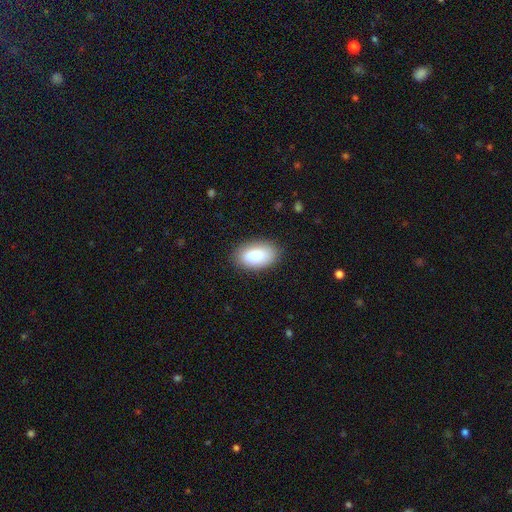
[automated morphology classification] The model was most divided on "merging": none: 85%, minor disturbance: 11%, major disturbance: 3%, merger: 1%. More confident: how rounded — in between (93%); smooth or featured — smooth (85%).